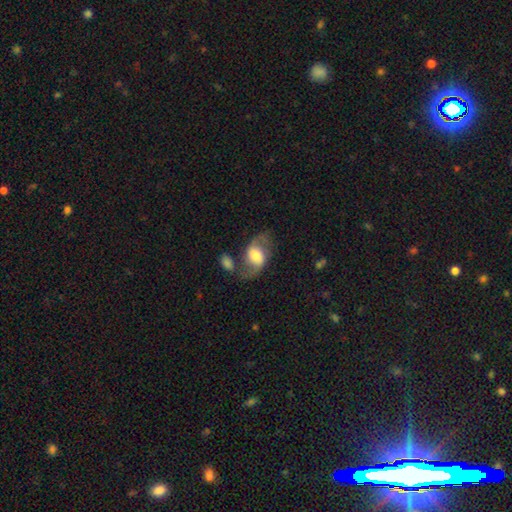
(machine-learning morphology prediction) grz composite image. It shows a featured or disk galaxy (61%) with a weak bar (42%), spiral arms (83%) and a moderate central bulge (42%). Merging: none (53%).